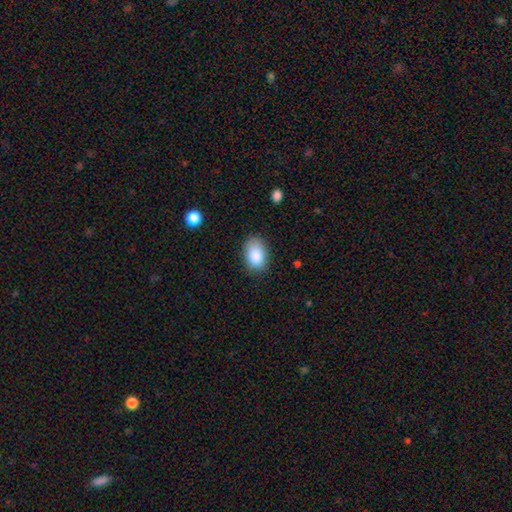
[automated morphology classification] smooth-or-featured: smooth: 86% | star or artifact: 7% | featured or disk: 6%
  how-rounded: in between: 87% | round: 11% | cigar-shaped: 1%
  merging: none: 81% | minor disturbance: 15% | major disturbance: 3% | merger: 1%